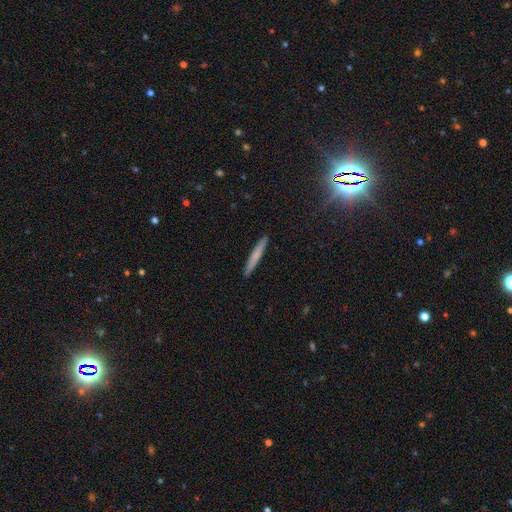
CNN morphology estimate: Smooth or featured? smooth (64%)
How rounded? cigar-shaped (96%)
Merging? none (92%)